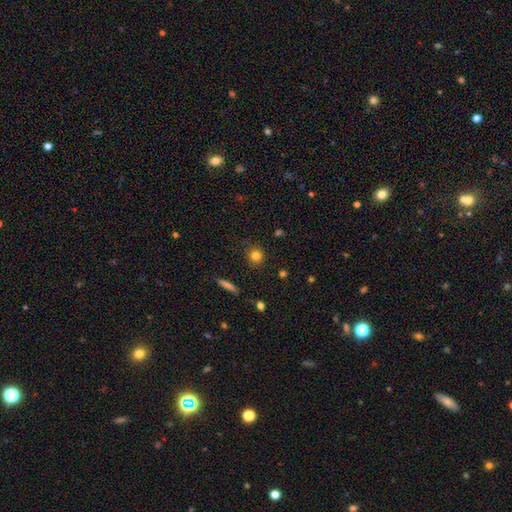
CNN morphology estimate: Smooth or featured? Predicted: smooth (p=0.81). How rounded? Predicted: round (p=0.89). Merging? Predicted: none (p=0.88).